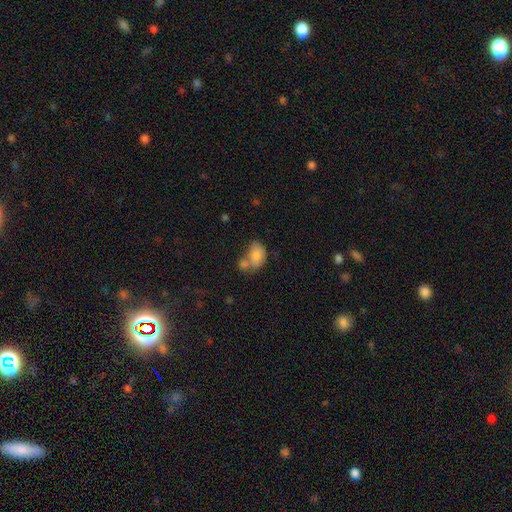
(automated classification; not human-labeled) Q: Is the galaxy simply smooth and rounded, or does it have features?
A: smooth — 80%.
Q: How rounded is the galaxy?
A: in between — 85%.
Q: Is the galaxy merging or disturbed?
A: merger — 40%.